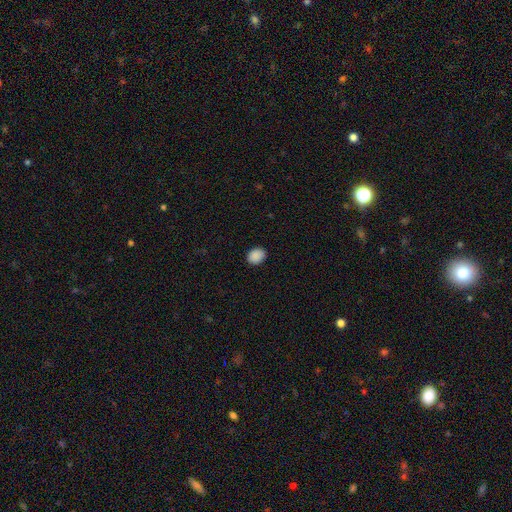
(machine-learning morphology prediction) A smooth galaxy with no disk features (90%) that is in between round and cigar-shaped (51%).

Vote fractions:
- Smooth or featured? smooth: 90% / star or artifact: 8% / featured or disk: 2%
- How rounded? in between: 51% / round: 48% / cigar-shaped: 1%
- Merging? none: 89% / minor disturbance: 8% / major disturbance: 2% / merger: 1%